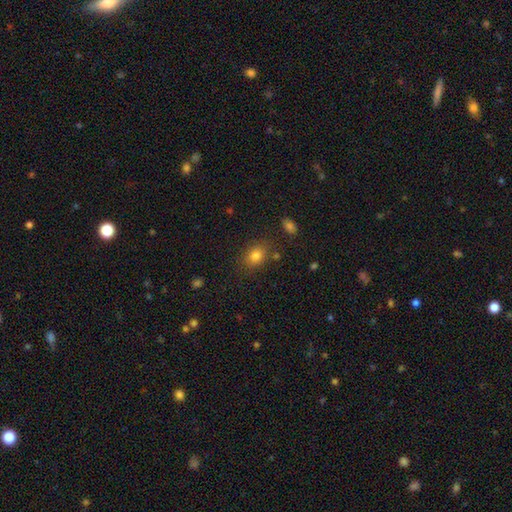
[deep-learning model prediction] Smooth or featured? smooth (81%)
How rounded? in between (55%)
Merging? none (80%)